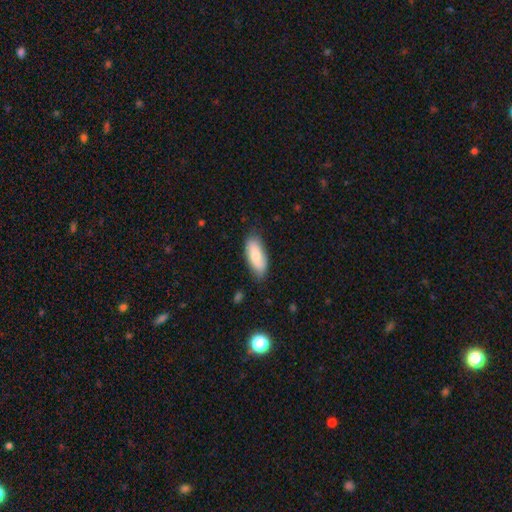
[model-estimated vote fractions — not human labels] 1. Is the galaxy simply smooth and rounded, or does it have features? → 71% smooth, 23% featured or disk, 6% star or artifact.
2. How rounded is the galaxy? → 84% in between, 13% cigar-shaped, 2% round.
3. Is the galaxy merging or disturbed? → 78% none, 18% minor disturbance, 3% major disturbance, 2% merger.